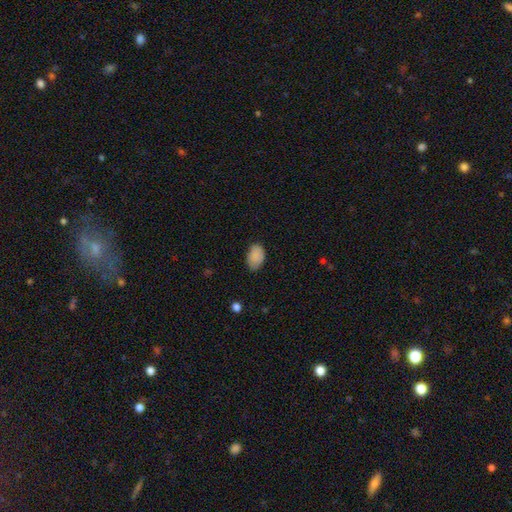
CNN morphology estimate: A smooth galaxy with no disk features (87%) that is in between round and cigar-shaped (87%). Merging: none (73%).